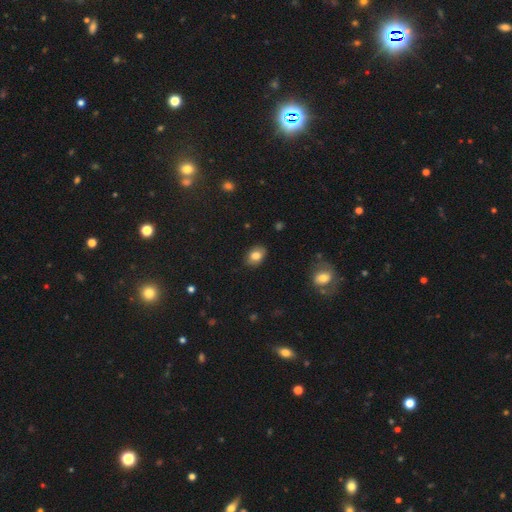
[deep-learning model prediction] smooth_or_featured: smooth (p=0.81) [alt: featured or disk p=0.10]
how_rounded: in between (p=0.74) [alt: round p=0.24]
merging: none (p=0.86) [alt: minor disturbance p=0.11]